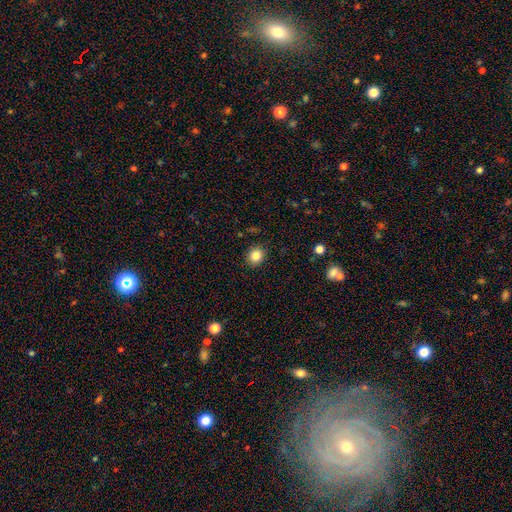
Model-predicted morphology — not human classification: Smooth or featured: smooth — 84% (star or artifact — 11%)
How rounded: round — 77% (in between — 22%)
Merging: none — 88% (minor disturbance — 8%)